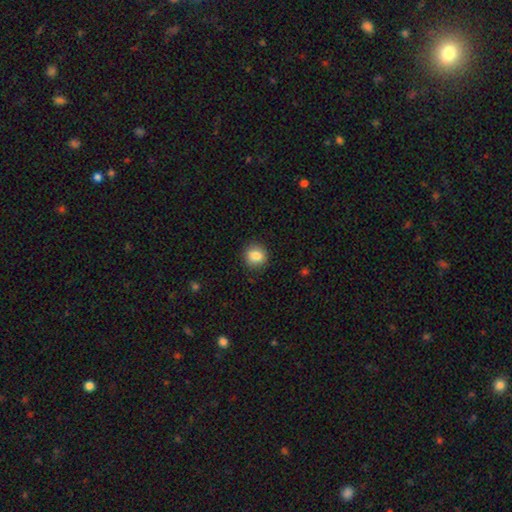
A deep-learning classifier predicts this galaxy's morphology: This is clearly a smooth galaxy (85%). How rounded: clearly round (85%). Merging: clearly none (89%).